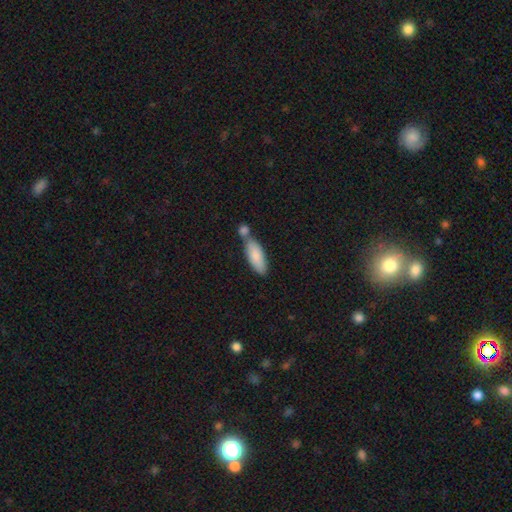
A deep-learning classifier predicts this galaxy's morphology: Smooth or featured?
  - smooth: 83% *
  - featured or disk: 11%
  - star or artifact: 6%
How rounded?
  - in between: 67% *
  - cigar-shaped: 31%
  - round: 2%
Merging?
  - none: 43% *
  - merger: 37%
  - minor disturbance: 15%
  - major disturbance: 4%